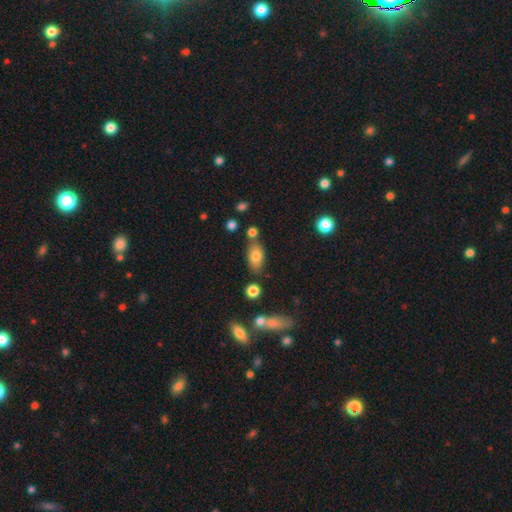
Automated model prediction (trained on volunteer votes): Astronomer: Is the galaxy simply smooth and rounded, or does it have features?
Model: smooth — 76%.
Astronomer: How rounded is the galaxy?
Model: in between — 88%.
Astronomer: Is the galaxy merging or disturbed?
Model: none — 69%.